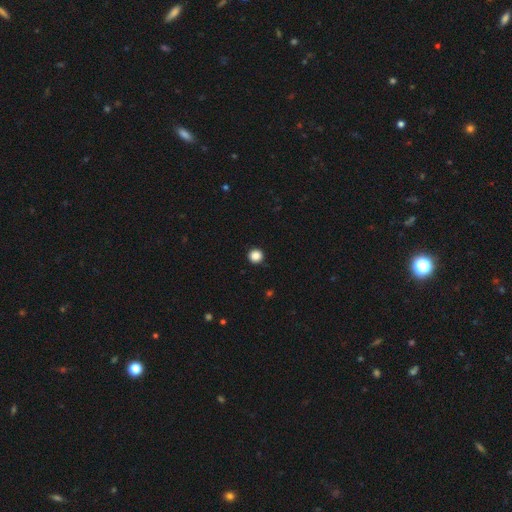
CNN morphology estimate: Smooth or featured? smooth (87%)
How rounded? round (96%)
Merging? none (94%)